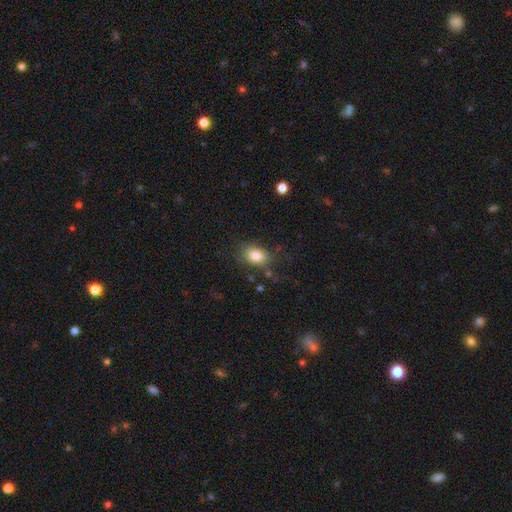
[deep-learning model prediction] Q: Smooth or featured?
A: smooth (82%); runner-up: featured or disk (9%)
Q: How rounded?
A: in between (80%); runner-up: round (19%)
Q: Merging?
A: none (75%); runner-up: minor disturbance (17%)